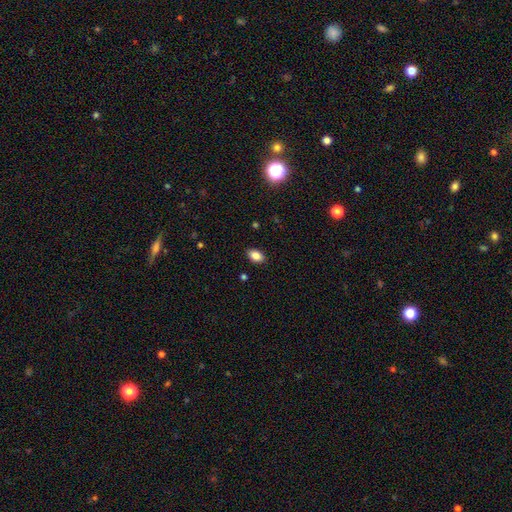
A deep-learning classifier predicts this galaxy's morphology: smooth 85%, star or artifact 9%, featured or disk 6%. Down the decision tree: how rounded — in between (88%); merging — none (88%).